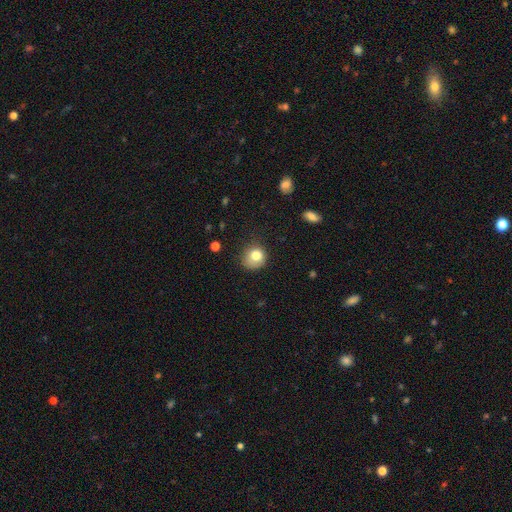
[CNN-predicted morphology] smooth 80%, star or artifact 10%, featured or disk 10%. Down the decision tree: how rounded — round (78%); merging — none (57%).